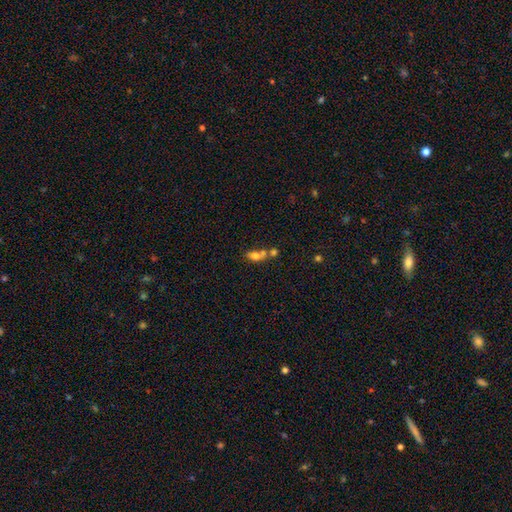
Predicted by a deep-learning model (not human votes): Q: Smooth or featured?
A: smooth (72%); runner-up: featured or disk (17%)
Q: How rounded?
A: in between (74%); runner-up: round (21%)
Q: Merging?
A: merger (57%); runner-up: none (27%)